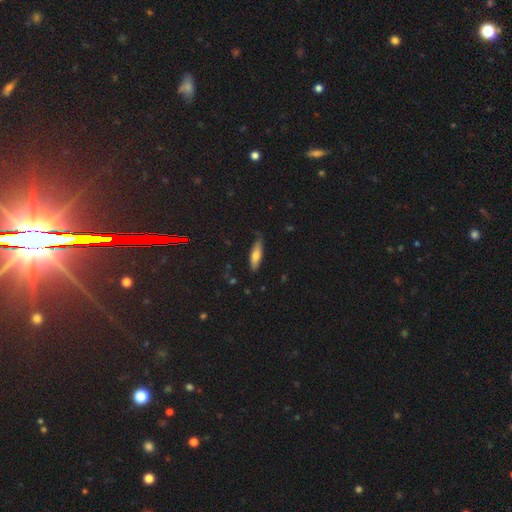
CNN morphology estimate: Smooth or featured? Predicted: smooth (p=0.67). How rounded? Predicted: cigar-shaped (p=0.59). Merging? Predicted: none (p=0.73).